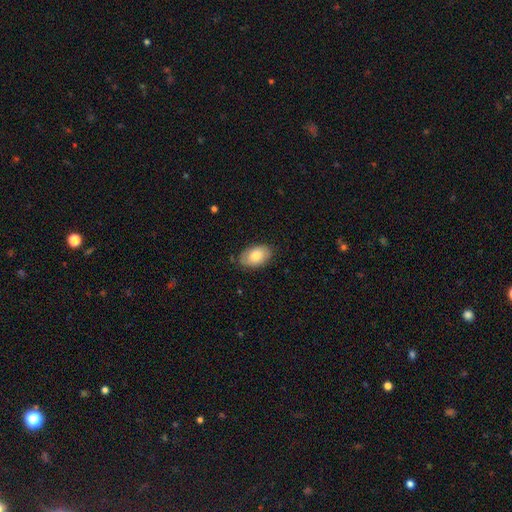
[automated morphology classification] A smooth galaxy with no disk features (73%) that is in between round and cigar-shaped (92%). Merging: none (79%).